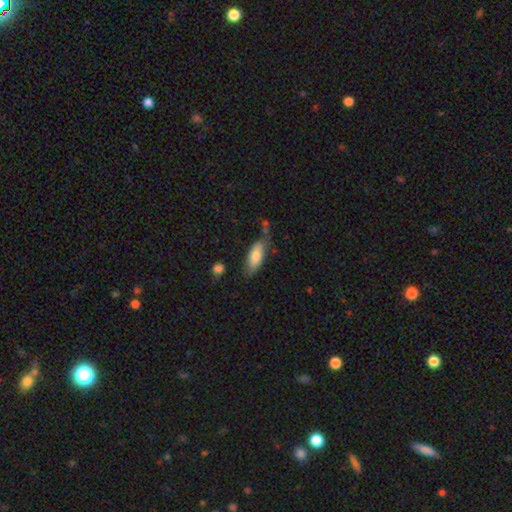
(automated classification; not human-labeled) Smooth or featured? Predicted: smooth (p=0.74). How rounded? Predicted: in between (p=0.75). Merging? Predicted: none (p=0.59).